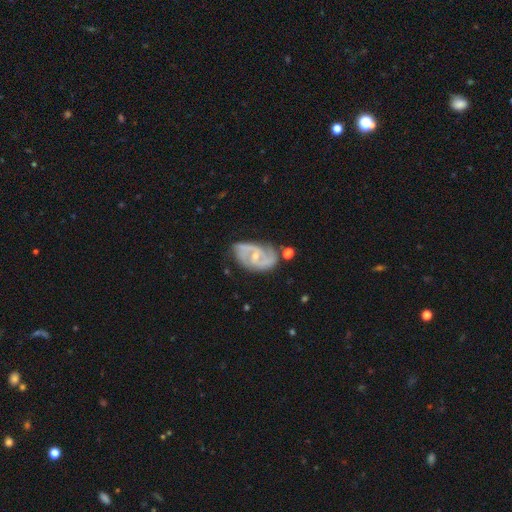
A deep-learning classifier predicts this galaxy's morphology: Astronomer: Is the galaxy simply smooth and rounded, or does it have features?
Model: featured or disk — 84%.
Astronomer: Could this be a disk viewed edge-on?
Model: no — 97%.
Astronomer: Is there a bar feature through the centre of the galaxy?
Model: weak — 44%, tied with no at 44%.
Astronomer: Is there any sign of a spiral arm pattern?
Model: yes — 94%.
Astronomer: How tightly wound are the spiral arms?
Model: medium — 49% (runner-up: tight, 31%).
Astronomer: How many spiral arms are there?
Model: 2 — 71%.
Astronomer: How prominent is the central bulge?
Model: small — 62%.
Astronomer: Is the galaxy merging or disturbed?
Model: none — 59%.